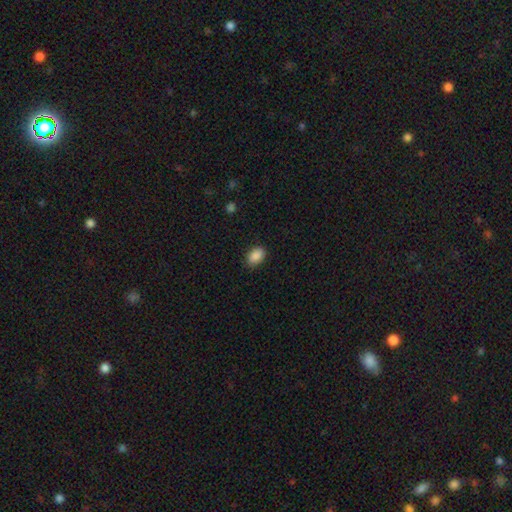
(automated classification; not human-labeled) Smooth or featured?
  - smooth: 89% *
  - star or artifact: 7%
  - featured or disk: 4%
How rounded?
  - in between: 84% *
  - round: 15%
  - cigar-shaped: 1%
Merging?
  - none: 84% *
  - minor disturbance: 13%
  - major disturbance: 3%
  - merger: 1%